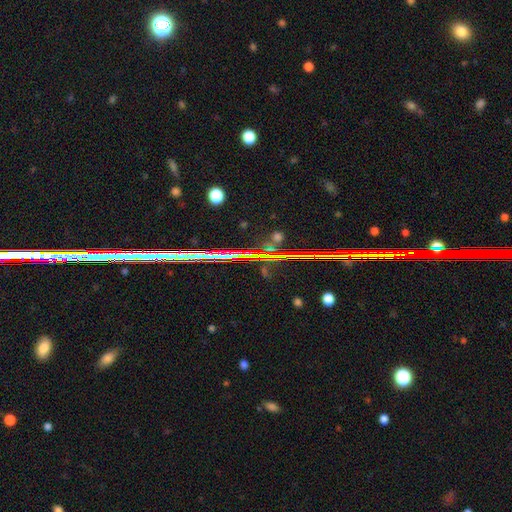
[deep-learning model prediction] A star or artifact, not a galaxy (74%).